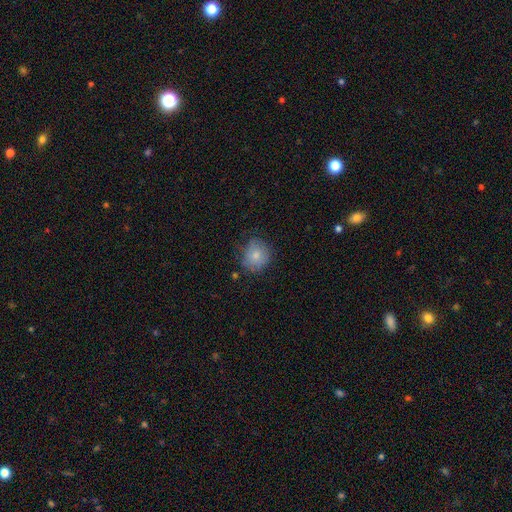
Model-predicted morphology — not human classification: This is likely a smooth galaxy (78%). How rounded: likely round (78%). Merging: likely none (66%).